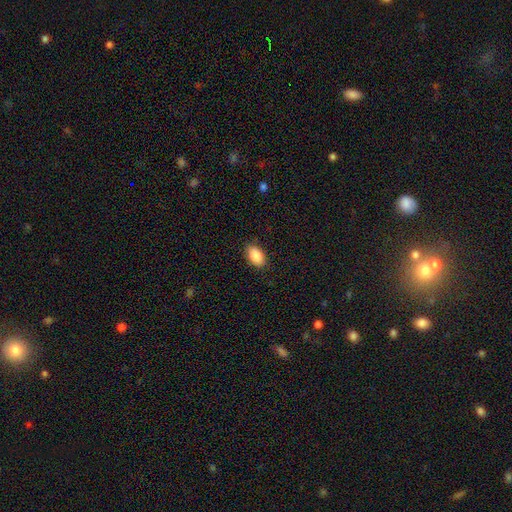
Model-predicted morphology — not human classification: smooth 90%, star or artifact 7%, featured or disk 3%. Down the decision tree: how rounded — in between (92%); merging — none (88%).